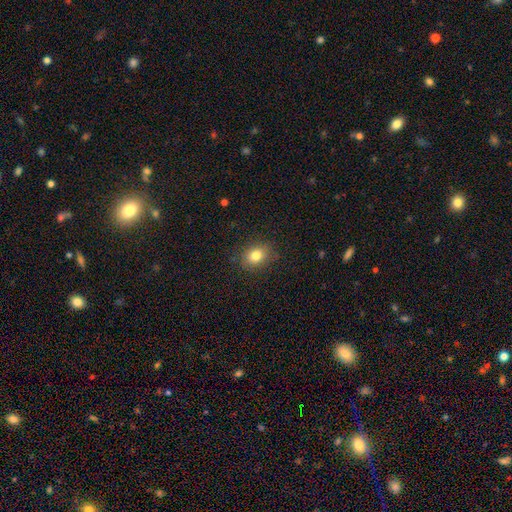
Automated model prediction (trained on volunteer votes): smooth 81%, star or artifact 11%, featured or disk 8%. Down the decision tree: how rounded — in between (53%); merging — none (85%).